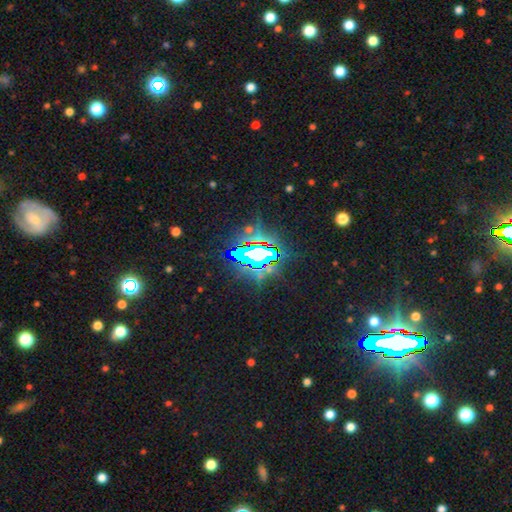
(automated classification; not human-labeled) Smooth or featured: star or artifact — 70% (smooth — 16%)